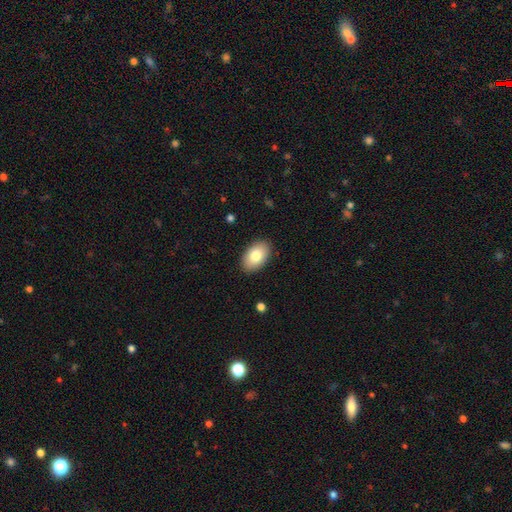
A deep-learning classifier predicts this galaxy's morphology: Smooth or featured: smooth — 80% (featured or disk — 13%)
How rounded: in between — 93% (round — 6%)
Merging: none — 89% (minor disturbance — 8%)